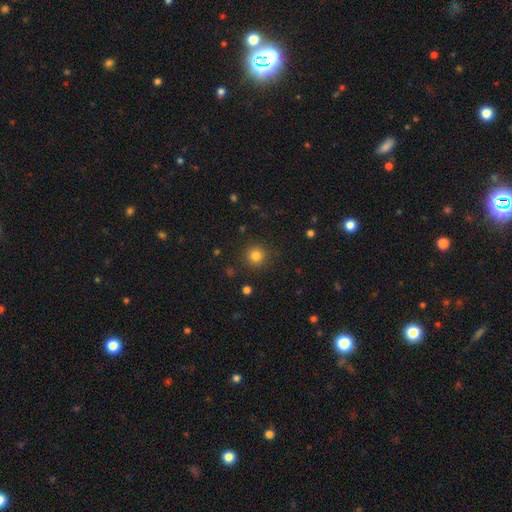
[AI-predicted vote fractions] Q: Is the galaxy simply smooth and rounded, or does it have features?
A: smooth — 82%.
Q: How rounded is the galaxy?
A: round — 95%.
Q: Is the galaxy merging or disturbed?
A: none — 90%.